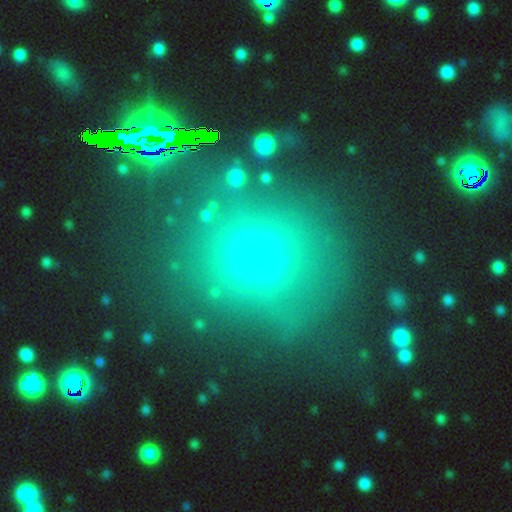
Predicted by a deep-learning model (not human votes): Smooth or featured?
  - smooth: 53% *
  - star or artifact: 36%
  - featured or disk: 12%
How rounded?
  - round: 83% *
  - in between: 16%
  - cigar-shaped: 1%
Merging?
  - none: 74% *
  - minor disturbance: 11%
  - merger: 10%
  - major disturbance: 6%